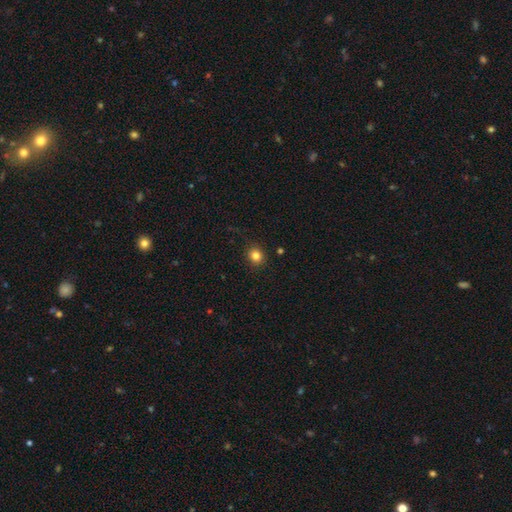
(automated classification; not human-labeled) Smooth or featured? Predicted: smooth (p=0.83). How rounded? Predicted: round (p=0.85). Merging? Predicted: none (p=0.88).